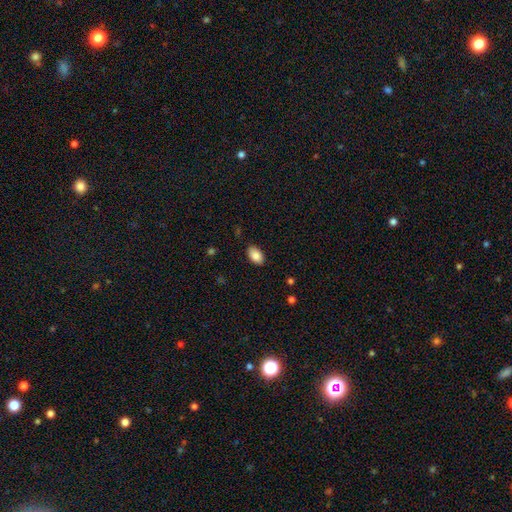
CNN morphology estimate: smooth-or-featured: smooth: 87% | star or artifact: 7% | featured or disk: 6%
  how-rounded: in between: 92% | round: 6% | cigar-shaped: 1%
  merging: none: 87% | minor disturbance: 10% | major disturbance: 2% | merger: 1%